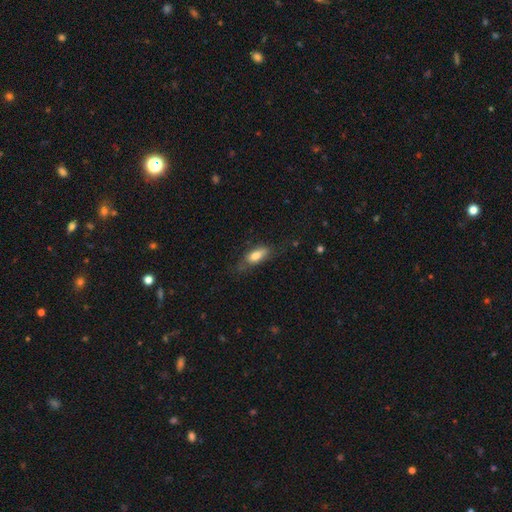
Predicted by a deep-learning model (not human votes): smooth-or-featured: smooth: 75% | featured or disk: 18% | star or artifact: 7%
  how-rounded: in between: 77% | cigar-shaped: 20% | round: 3%
  merging: none: 61% | minor disturbance: 27% | major disturbance: 11% | merger: 2%